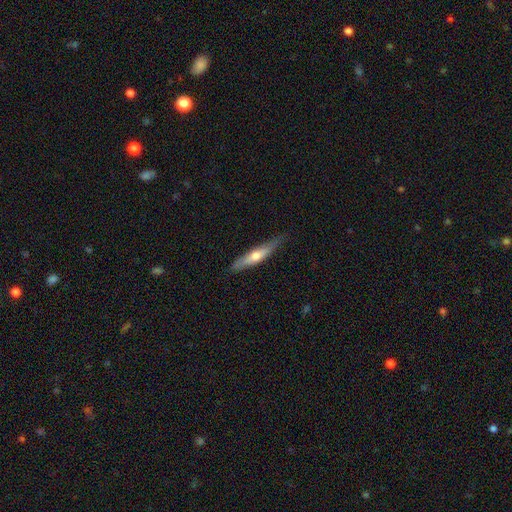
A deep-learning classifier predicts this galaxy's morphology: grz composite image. It shows a featured or disk galaxy (50%). Merging: none (82%).